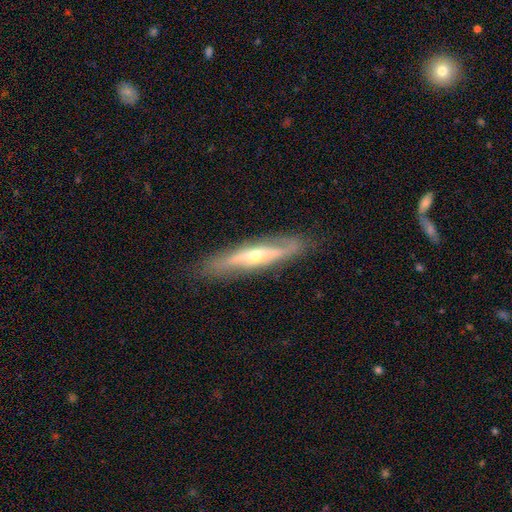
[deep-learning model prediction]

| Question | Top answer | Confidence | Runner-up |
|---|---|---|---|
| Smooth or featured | featured or disk | 72% | smooth (22%) |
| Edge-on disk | yes | 63% | no (37%) |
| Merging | none | 83% | minor disturbance (12%) |